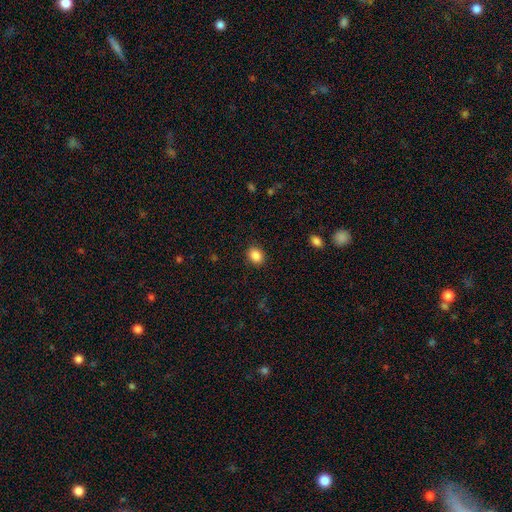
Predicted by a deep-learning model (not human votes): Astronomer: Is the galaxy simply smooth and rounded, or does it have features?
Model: smooth — 87%.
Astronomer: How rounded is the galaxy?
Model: round — 52% (runner-up: in between, 47%).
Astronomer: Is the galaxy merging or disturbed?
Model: none — 89%.